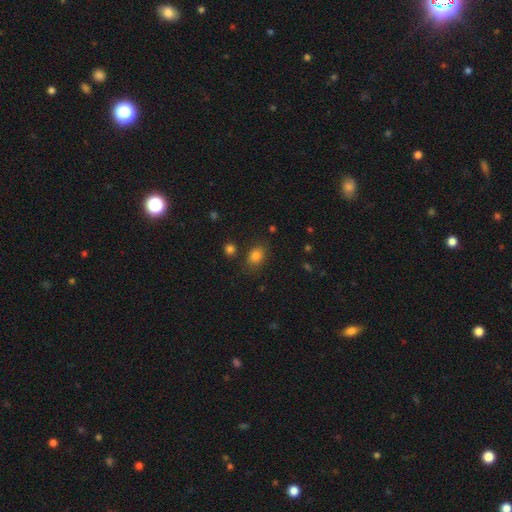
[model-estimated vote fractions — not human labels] A smooth galaxy with no disk features (83%) that is in between round and cigar-shaped (67%).

Vote fractions:
- Smooth or featured? smooth: 83% / star or artifact: 11% / featured or disk: 6%
- How rounded? in between: 67% / round: 31% / cigar-shaped: 1%
- Merging? none: 77% / minor disturbance: 14% / major disturbance: 5% / merger: 4%